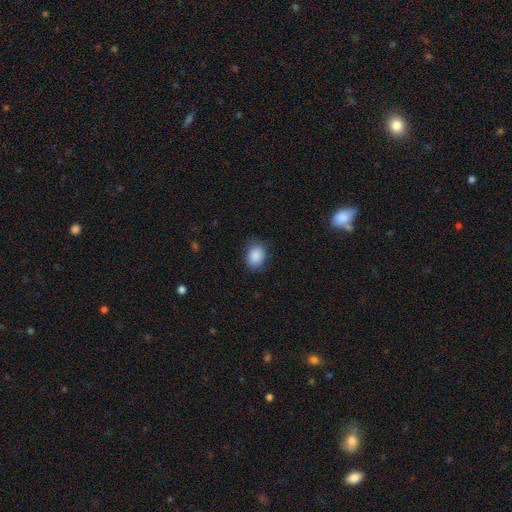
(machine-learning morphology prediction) smooth-or-featured: smooth: 88% | star or artifact: 8% | featured or disk: 4%
  how-rounded: in between: 60% | round: 39% | cigar-shaped: 1%
  merging: none: 80% | minor disturbance: 15% | major disturbance: 4% | merger: 1%